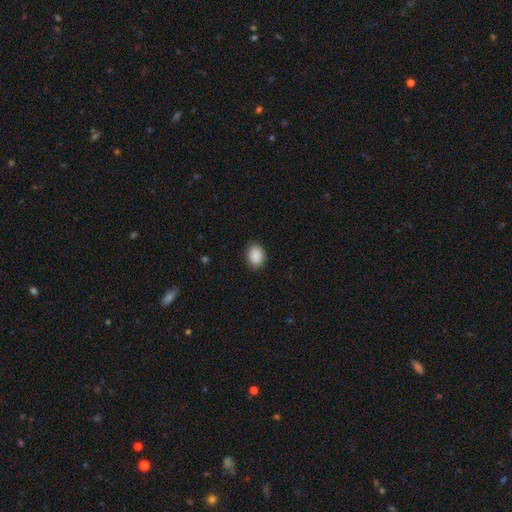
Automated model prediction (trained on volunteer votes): The model was most divided on "how rounded": in between: 61%, round: 38%, cigar-shaped: 1%. More confident: smooth or featured — smooth (90%); merging — none (88%).